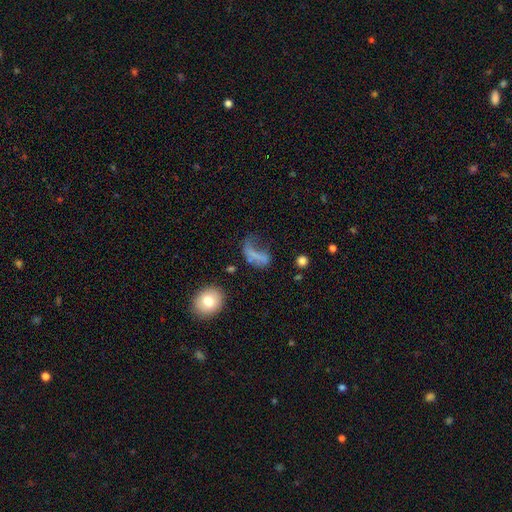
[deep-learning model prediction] smooth-or-featured: smooth: 53% | featured or disk: 32% | star or artifact: 15%
  how-rounded: in between: 66% | round: 19% | cigar-shaped: 15%
  merging: major disturbance: 53% | none: 23% | minor disturbance: 16% | merger: 7%